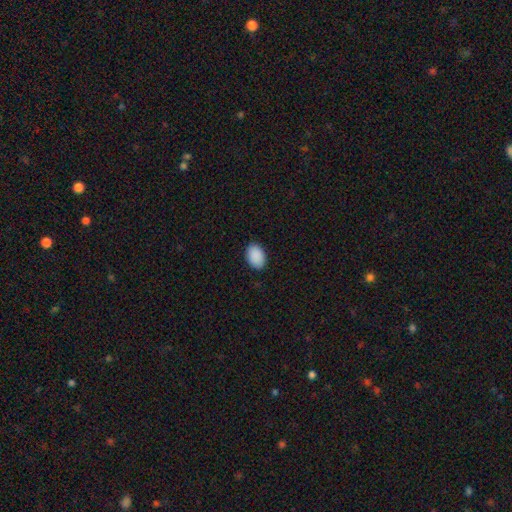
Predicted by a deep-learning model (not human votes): This appears to be a smooth galaxy with no disk features (91%) that is in between round and cigar-shaped (88%). Merging: none (89%).